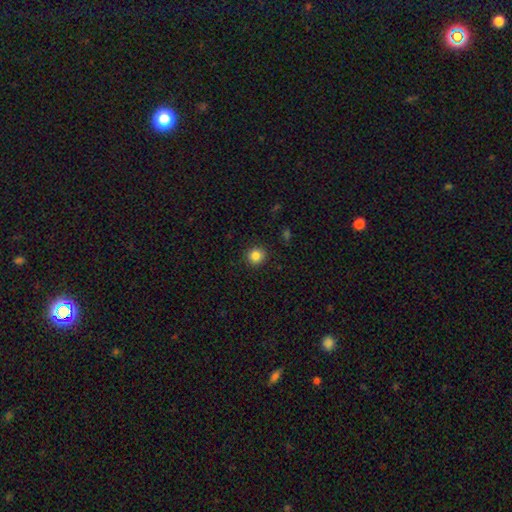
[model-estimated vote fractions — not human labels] A smooth galaxy with no disk features (85%) that is round (90%). Merging: none (91%).